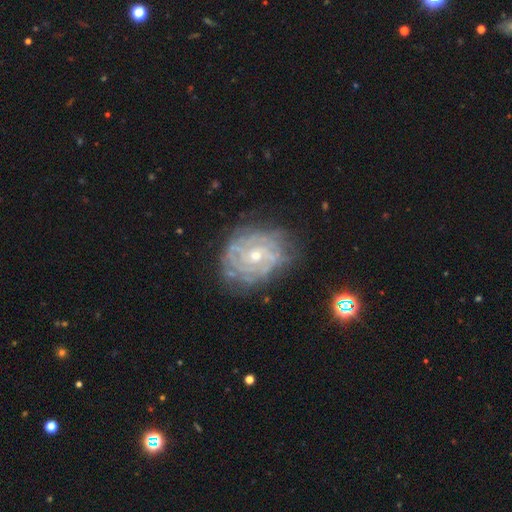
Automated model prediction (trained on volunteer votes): Smooth or featured: featured or disk — 86% (smooth — 7%)
Edge-on disk: no — 97% (yes — 3%)
Bar: no — 68% (weak — 25%)
Spiral arms: yes — 94% (no — 6%)
Spiral winding: tight — 78% (medium — 18%)
Spiral arm count: can't tell — 41% (2 — 14%)
Bulge size: small — 57% (moderate — 40%)
Merging: none — 72% (minor disturbance — 19%)